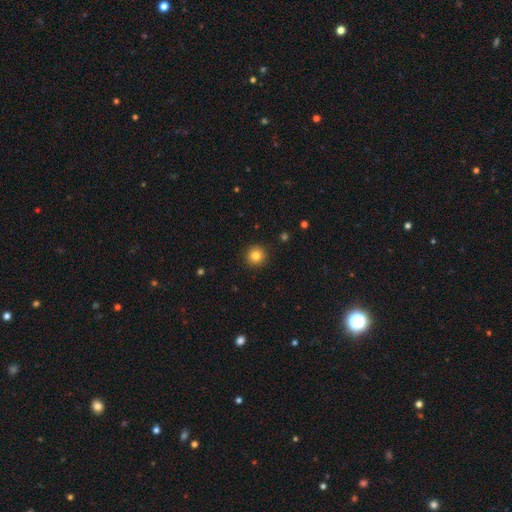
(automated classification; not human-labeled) Smooth or featured? smooth (83%)
How rounded? round (95%)
Merging? none (92%)